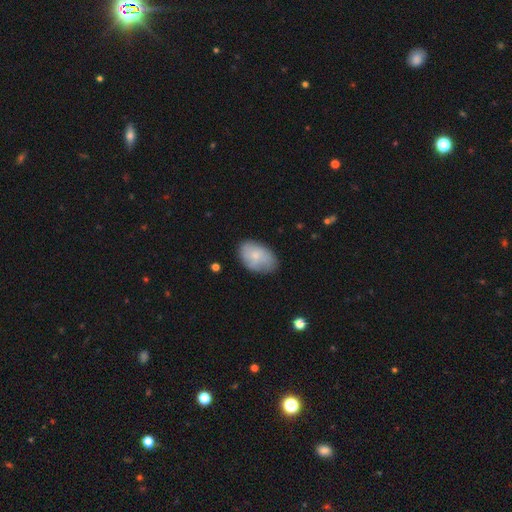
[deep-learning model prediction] smooth_or_featured: smooth (p=0.71) [alt: featured or disk p=0.23]
how_rounded: in between (p=0.90) [alt: round p=0.09]
merging: none (p=0.65) [alt: minor disturbance p=0.26]